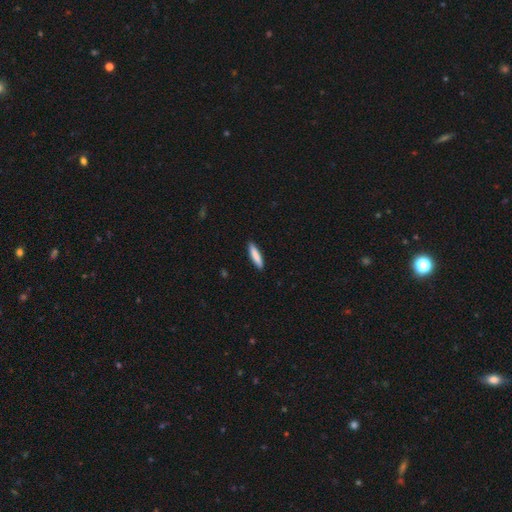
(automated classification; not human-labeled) The model was most divided on "how rounded": cigar-shaped: 83%, in between: 16%, round: 1%. More confident: merging — none (90%); smooth or featured — smooth (85%).